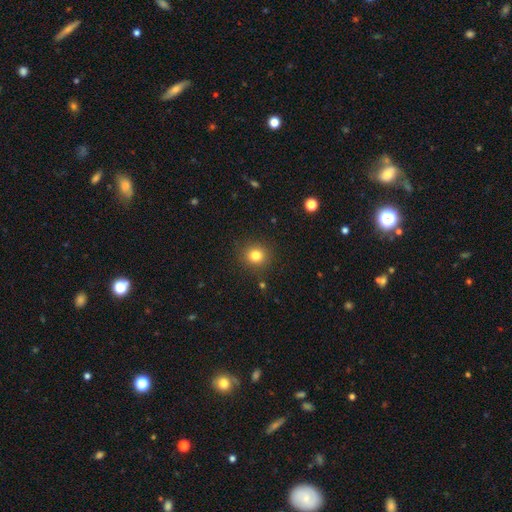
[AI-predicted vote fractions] smooth_or_featured: smooth (p=0.81) [alt: star or artifact p=0.12]
how_rounded: round (p=0.89) [alt: in between p=0.11]
merging: none (p=0.89) [alt: minor disturbance p=0.07]